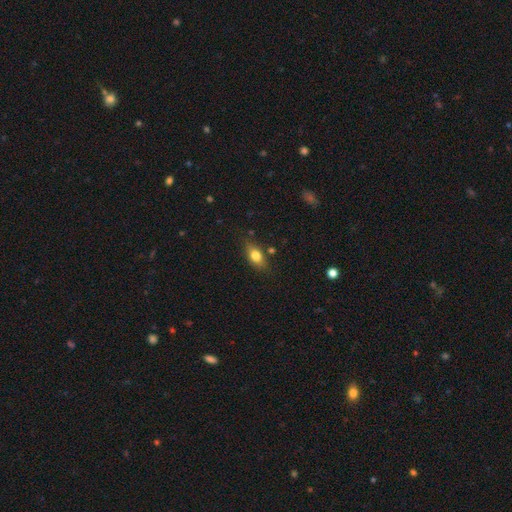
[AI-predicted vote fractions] Smooth or featured? Predicted: smooth (p=0.78). How rounded? Predicted: in between (p=0.81). Merging? Predicted: none (p=0.76).